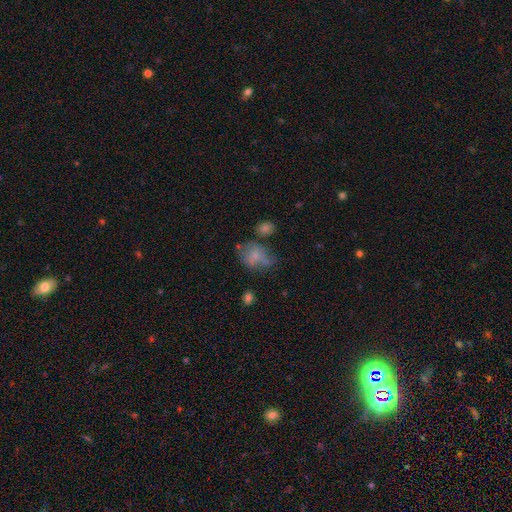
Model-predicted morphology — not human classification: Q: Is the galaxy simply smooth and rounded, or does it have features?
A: smooth — 64%.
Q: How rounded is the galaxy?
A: in between — 70%.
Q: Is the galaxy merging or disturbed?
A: none — 33%.